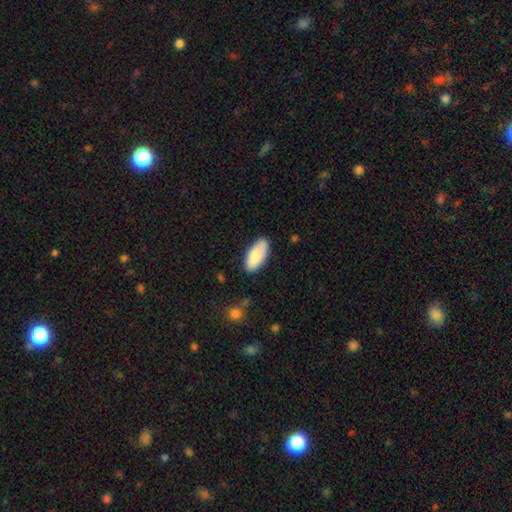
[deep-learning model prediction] Morphology: type=smooth (85%); roundness=in between (91%); merging=none (82%).